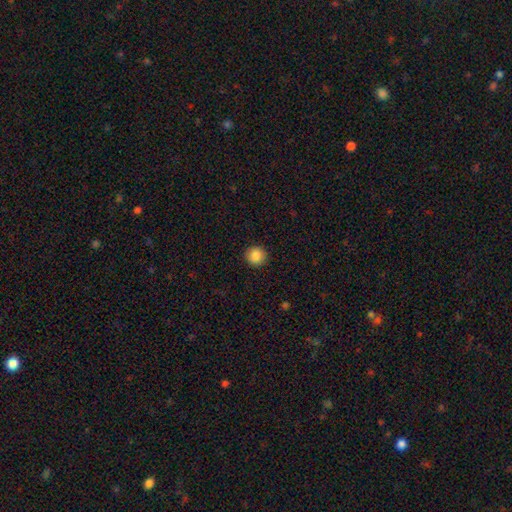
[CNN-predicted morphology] Q: Smooth or featured?
A: smooth (87%); runner-up: star or artifact (9%)
Q: How rounded?
A: round (93%); runner-up: in between (6%)
Q: Merging?
A: none (92%); runner-up: minor disturbance (5%)